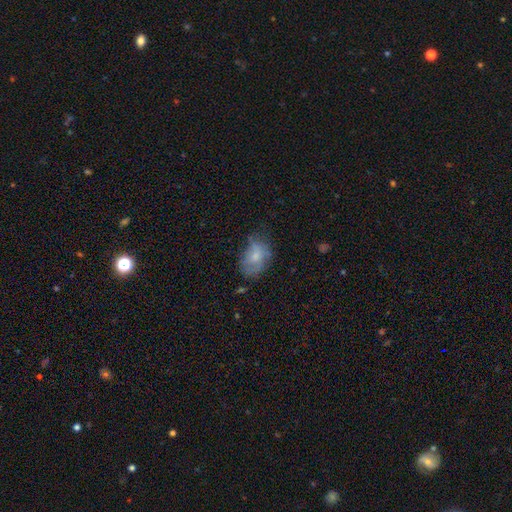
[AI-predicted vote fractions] Morphology: type=smooth (62%); roundness=in between (79%); merging=none (49%).